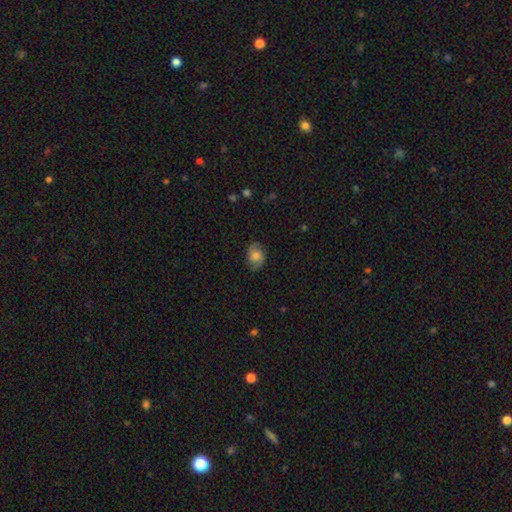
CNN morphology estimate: featured or disk 57%, smooth 34%, star or artifact 9%. Down the decision tree: edge-on disk — no (97%); bar — no (68%); spiral arms — yes (91%); spiral arm count — 2 (86%); spiral winding — medium (45%); bulge size — moderate (46%); merging — none (78%).